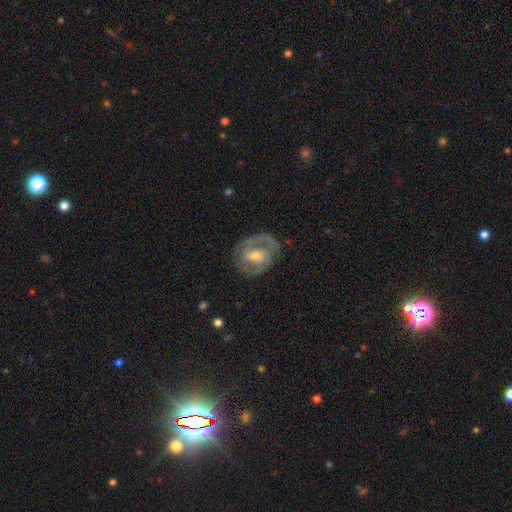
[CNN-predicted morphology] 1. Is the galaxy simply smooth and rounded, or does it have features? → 76% featured or disk, 19% smooth, 6% star or artifact.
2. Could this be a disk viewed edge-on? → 96% no, 4% yes.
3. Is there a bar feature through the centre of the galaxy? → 43% weak, 32% no, 26% strong.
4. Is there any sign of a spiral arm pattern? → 75% yes, 25% no.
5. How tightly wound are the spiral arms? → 45% medium, 39% tight, 16% loose.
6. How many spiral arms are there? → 71% 2, 15% can't tell, 8% 1, 3% 3, 1% 4, 1% more than 4.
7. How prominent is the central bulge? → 53% moderate, 40% small, 4% large, 2% none, 1% dominant.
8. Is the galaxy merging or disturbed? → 70% none, 17% minor disturbance, 11% major disturbance, 1% merger.